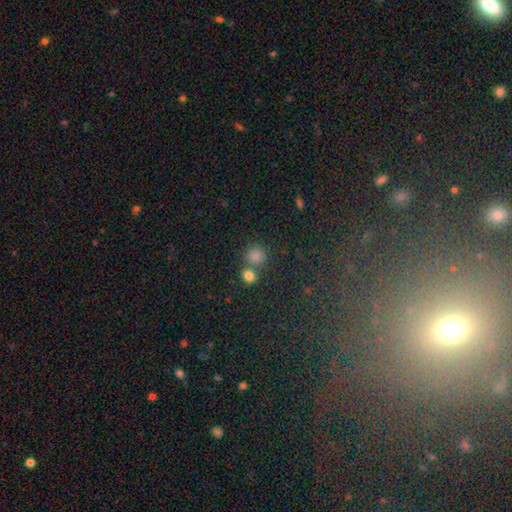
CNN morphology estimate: smooth-or-featured: smooth: 78% | star or artifact: 16% | featured or disk: 6%
  how-rounded: round: 82% | in between: 16% | cigar-shaped: 1%
  merging: none: 57% | merger: 30% | minor disturbance: 9% | major disturbance: 4%